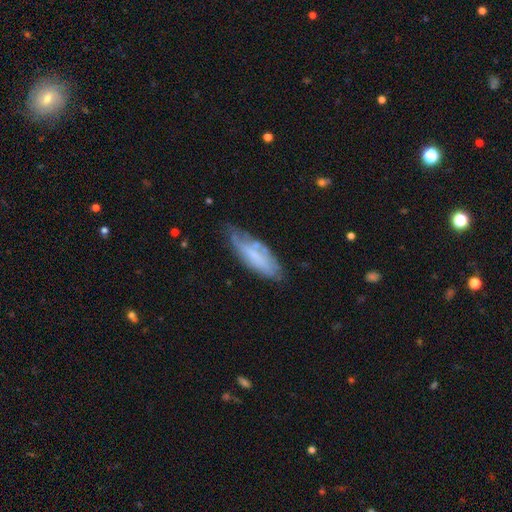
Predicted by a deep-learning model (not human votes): Overall: smooth (50%; featured or disk 42%). Merging: none (57%; minor disturbance 30%).